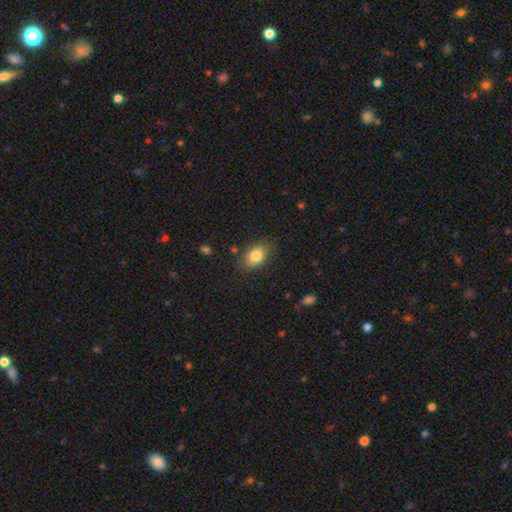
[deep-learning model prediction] A smooth galaxy with no disk features (83%) that is in between round and cigar-shaped (83%). Merging: none (80%).